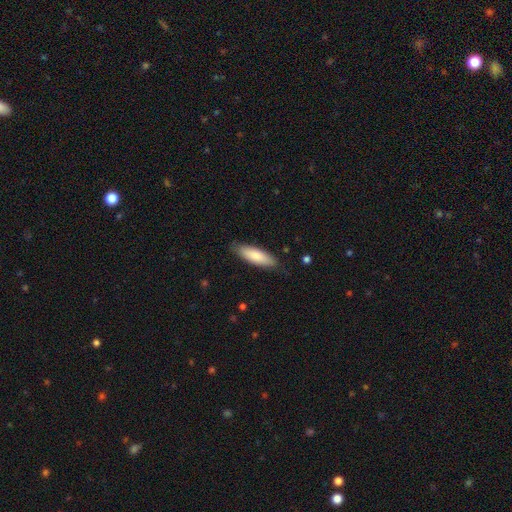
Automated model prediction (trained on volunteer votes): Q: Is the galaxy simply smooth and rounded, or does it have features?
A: smooth — 83%.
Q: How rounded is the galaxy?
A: in between — 50%.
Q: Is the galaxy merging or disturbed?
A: none — 83%.